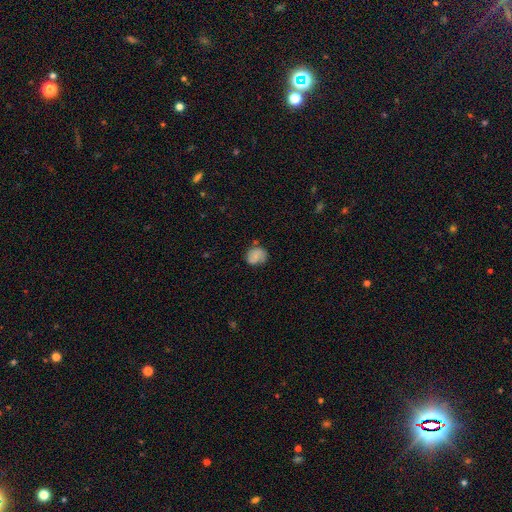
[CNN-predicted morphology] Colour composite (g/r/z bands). It shows a smooth galaxy with no disk features (68%) that is round (60%). Merging: none (60%).